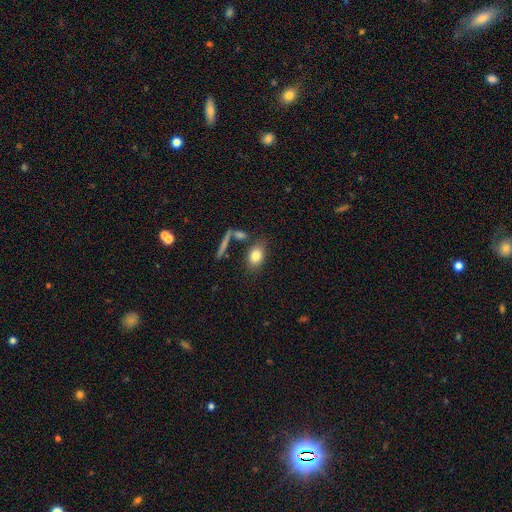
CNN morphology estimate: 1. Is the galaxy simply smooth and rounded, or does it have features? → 80% smooth, 11% featured or disk, 8% star or artifact.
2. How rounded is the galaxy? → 80% in between, 16% round, 4% cigar-shaped.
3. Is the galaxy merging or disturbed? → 72% none, 13% minor disturbance, 11% merger, 5% major disturbance.